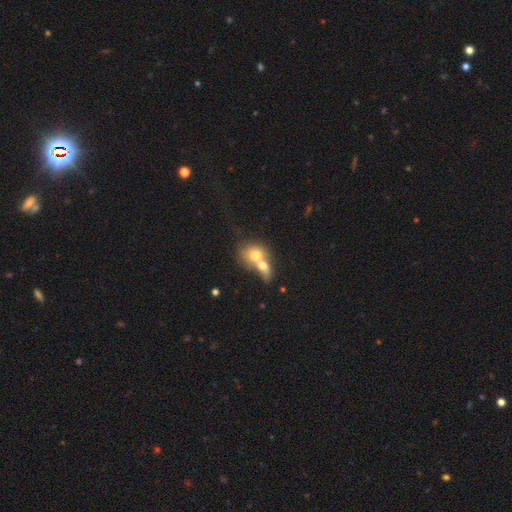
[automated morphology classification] Smooth or featured: smooth — 69% (featured or disk — 22%)
How rounded: round — 54% (in between — 44%)
Merging: merger — 77% (none — 13%)